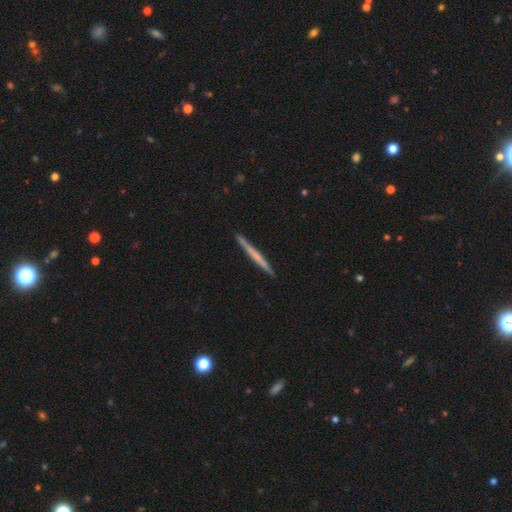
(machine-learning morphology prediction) Overall: featured or disk (48%; smooth 47%). Merging: none (91%).